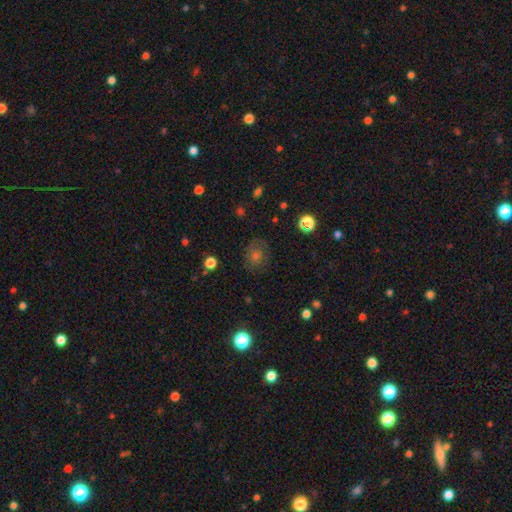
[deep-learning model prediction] The model was most divided on "smooth or featured": smooth: 53%, star or artifact: 25%, featured or disk: 22%. More confident: merging — none (78%); how rounded — round (71%).